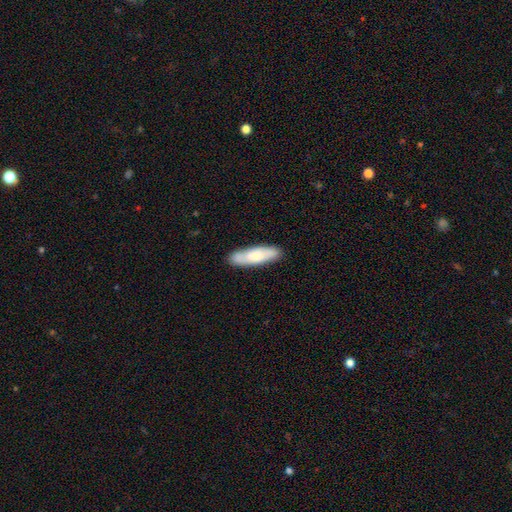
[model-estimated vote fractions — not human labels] smooth 67%, featured or disk 27%, star or artifact 6%. Down the decision tree: how rounded — cigar-shaped (61%); merging — none (85%).